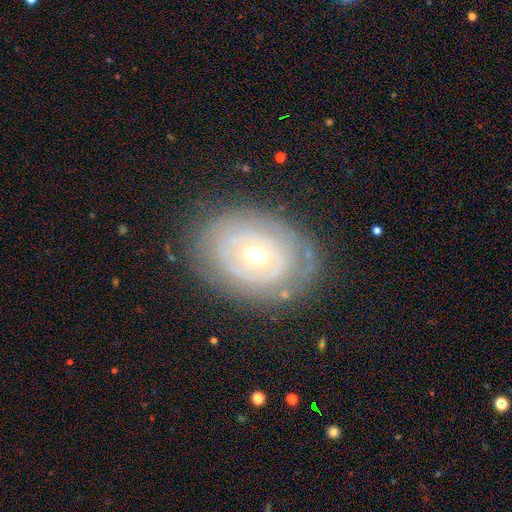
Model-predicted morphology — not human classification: type=featured or disk (71%); edge-on=no (95%); bar=no (84%); spiral arms=yes (53%); bulge=moderate (60%); merging=none (77%).